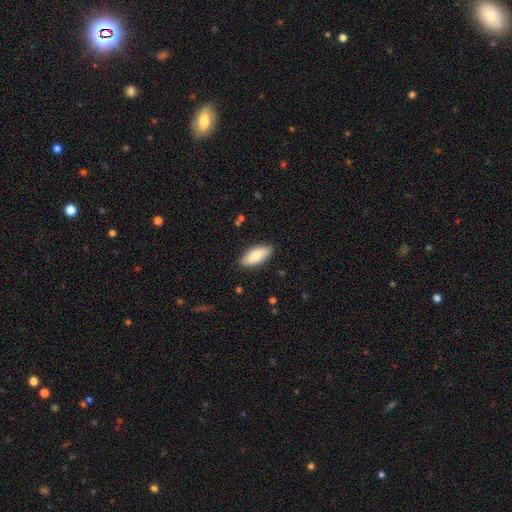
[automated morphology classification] A smooth galaxy with no disk features (84%) that is in between round and cigar-shaped (81%). Merging: none (87%).